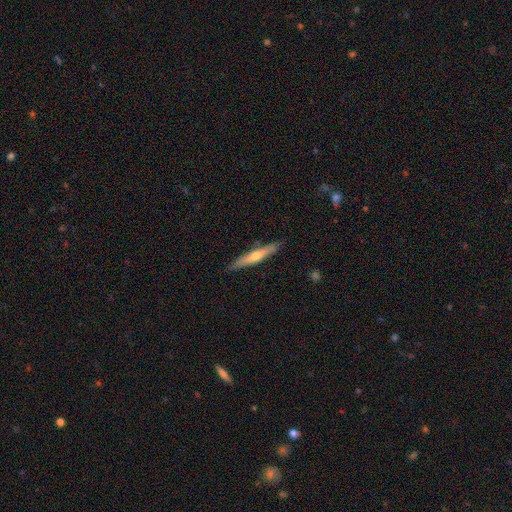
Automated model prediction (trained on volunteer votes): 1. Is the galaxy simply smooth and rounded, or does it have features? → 58% featured or disk, 37% smooth, 6% star or artifact.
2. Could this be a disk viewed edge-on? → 95% yes, 5% no.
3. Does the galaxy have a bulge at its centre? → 80% rounded, 16% none, 4% boxy.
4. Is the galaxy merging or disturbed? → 89% none, 8% minor disturbance, 1% major disturbance, 1% merger.